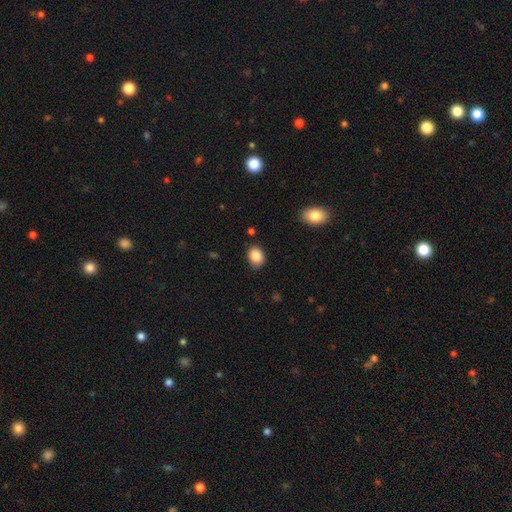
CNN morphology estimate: Smooth or featured: smooth — 86% (star or artifact — 9%)
How rounded: in between — 63% (round — 36%)
Merging: none — 82% (minor disturbance — 14%)